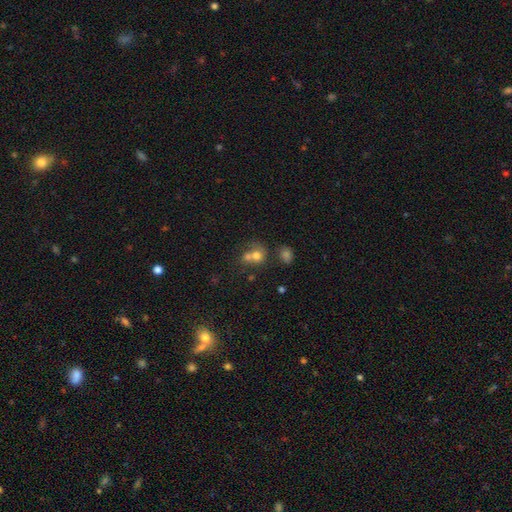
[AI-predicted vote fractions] Smooth or featured?
  - smooth: 70% *
  - featured or disk: 17%
  - star or artifact: 13%
How rounded?
  - round: 68% *
  - in between: 31%
  - cigar-shaped: 1%
Merging?
  - merger: 58% *
  - none: 28%
  - minor disturbance: 9%
  - major disturbance: 6%